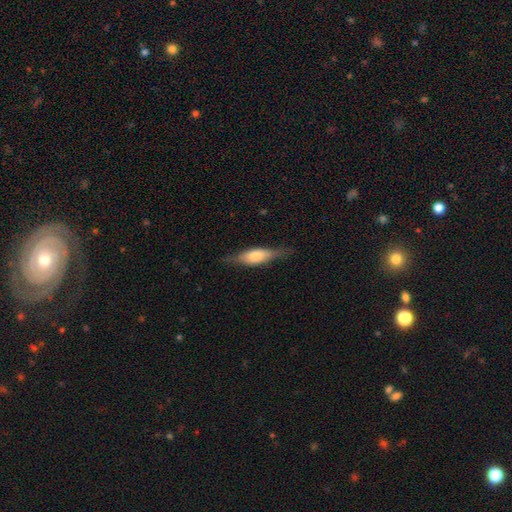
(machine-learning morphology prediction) The model was most divided on "smooth or featured": smooth: 48%, featured or disk: 46%, star or artifact: 6%. More confident: merging — none (76%).